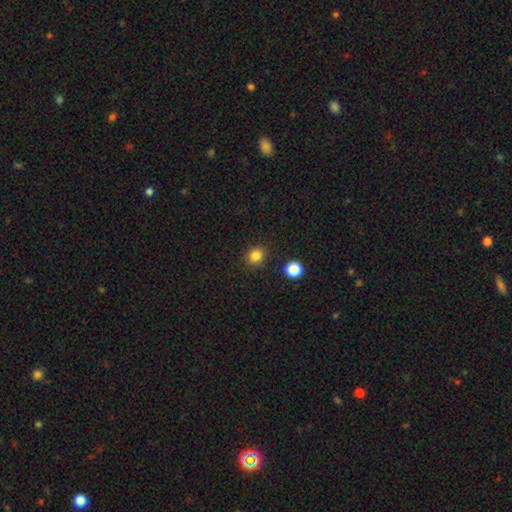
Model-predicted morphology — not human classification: smooth_or_featured: smooth (p=0.83) [alt: star or artifact p=0.12]
how_rounded: round (p=0.78) [alt: in between p=0.21]
merging: none (p=0.88) [alt: minor disturbance p=0.07]